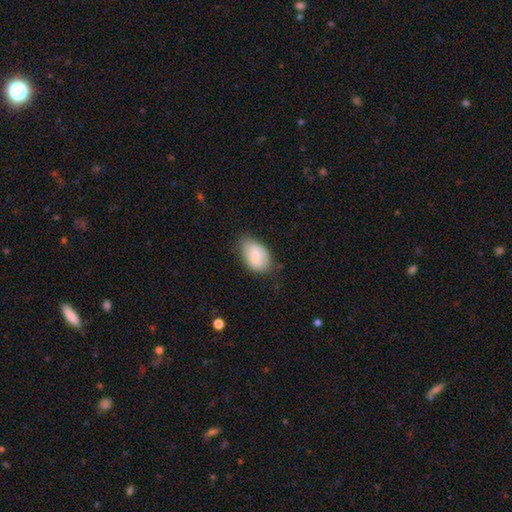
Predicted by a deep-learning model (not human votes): Smooth or featured?
  - smooth: 76% *
  - featured or disk: 18%
  - star or artifact: 6%
How rounded?
  - in between: 90% *
  - round: 8%
  - cigar-shaped: 1%
Merging?
  - none: 63% *
  - minor disturbance: 30%
  - major disturbance: 6%
  - merger: 1%